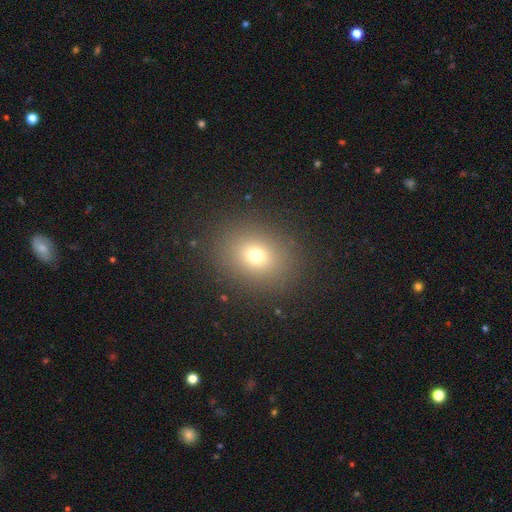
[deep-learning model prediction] smooth_or_featured: smooth (p=0.72) [alt: star or artifact p=0.17]
how_rounded: round (p=0.55) [alt: in between p=0.44]
merging: none (p=0.87) [alt: minor disturbance p=0.08]